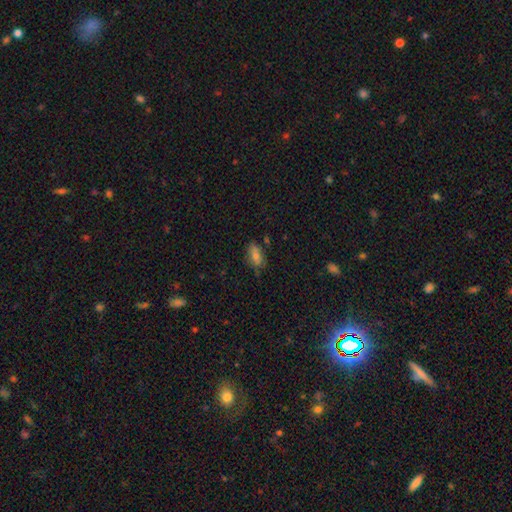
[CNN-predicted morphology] type=smooth (65%); roundness=in between (84%); merging=none (72%).